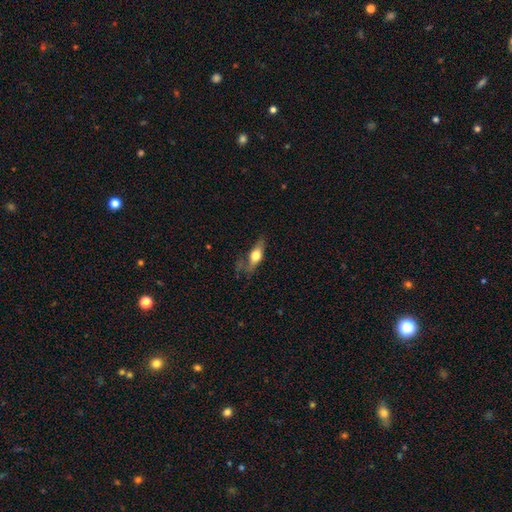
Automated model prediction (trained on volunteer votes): This appears to be a smooth galaxy with no disk features (56%) that is in between round and cigar-shaped (61%). Merging: none (53%).